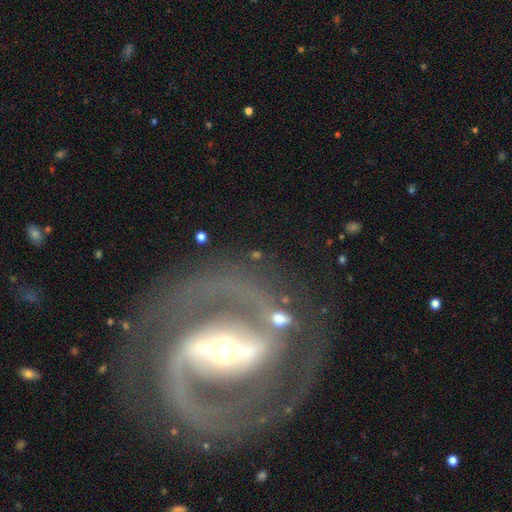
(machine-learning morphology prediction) Smooth or featured?
  - featured or disk: 66% *
  - smooth: 20%
  - star or artifact: 14%
Edge-on disk?
  - no: 86% *
  - yes: 14%
Bar?
  - strong: 45% *
  - weak: 28%
  - no: 27%
Spiral arms?
  - yes: 63% *
  - no: 37%
Bulge size?
  - moderate: 60% *
  - small: 21%
  - large: 12%
  - none: 3%
  - dominant: 3%
Merging?
  - none: 55% *
  - major disturbance: 18%
  - minor disturbance: 14%
  - merger: 12%